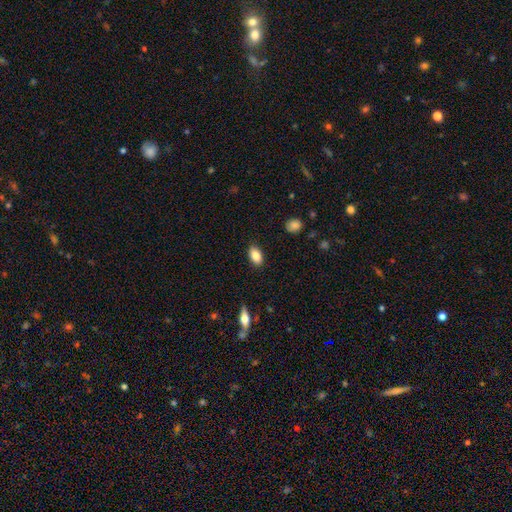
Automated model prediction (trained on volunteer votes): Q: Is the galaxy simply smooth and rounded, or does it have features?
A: smooth — 85%.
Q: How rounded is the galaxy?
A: in between — 91%.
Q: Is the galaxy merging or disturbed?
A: none — 88%.